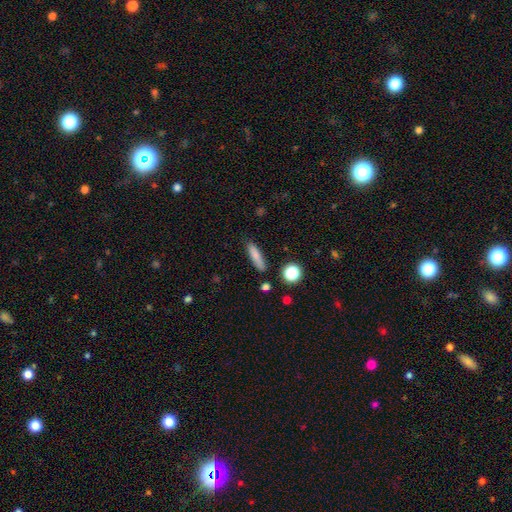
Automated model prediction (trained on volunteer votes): smooth 82%, featured or disk 10%, star or artifact 9%. Down the decision tree: how rounded — cigar-shaped (74%); merging — none (84%).